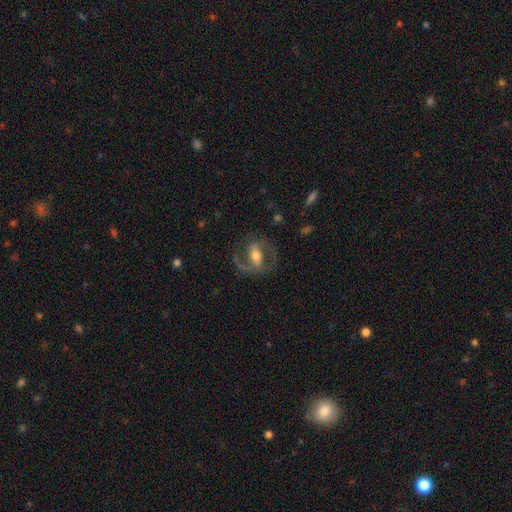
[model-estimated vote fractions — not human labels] Morphology: type=featured or disk (79%); edge-on=no (93%); bar=strong (52%); spiral arms=yes (82%); winding=medium (55%); arm count=2 (85%); bulge=moderate (67%); merging=none (71%).